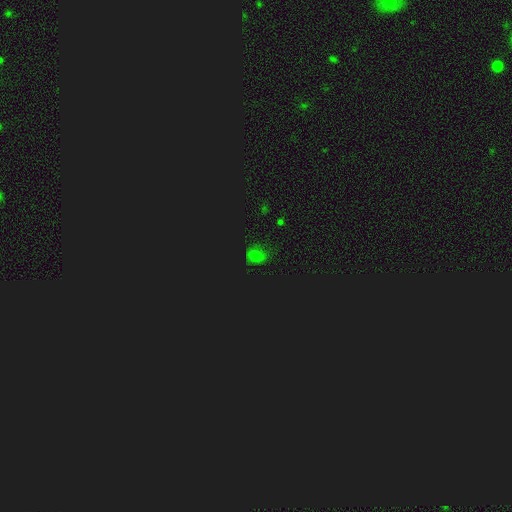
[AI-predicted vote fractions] Overall: smooth (47%; star or artifact 45%). Merging: none (70%).